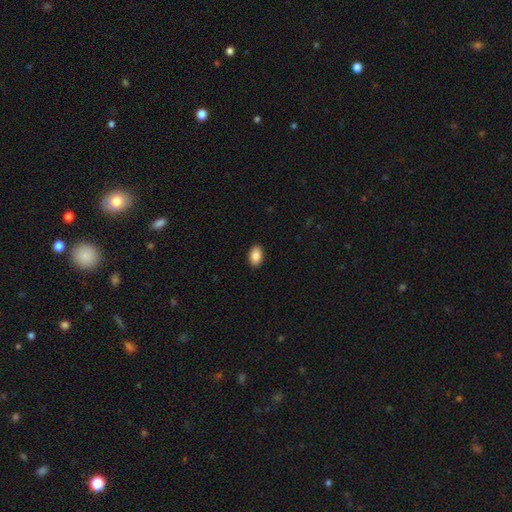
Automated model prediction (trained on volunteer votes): Q: Smooth or featured?
A: smooth (87%); runner-up: star or artifact (7%)
Q: How rounded?
A: in between (89%); runner-up: round (9%)
Q: Merging?
A: none (91%); runner-up: minor disturbance (7%)